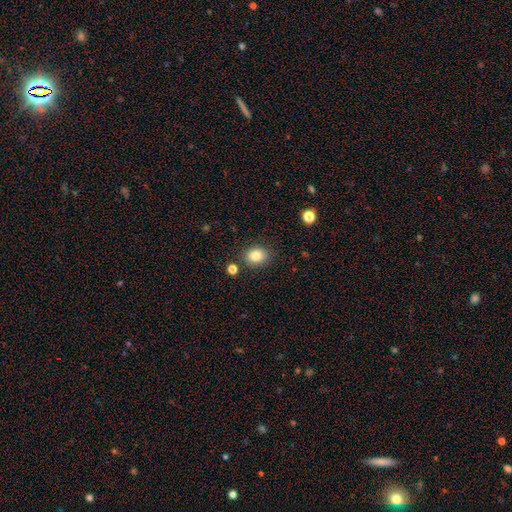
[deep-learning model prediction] Morphology: type=smooth (84%); roundness=in between (50%); merging=none (84%).